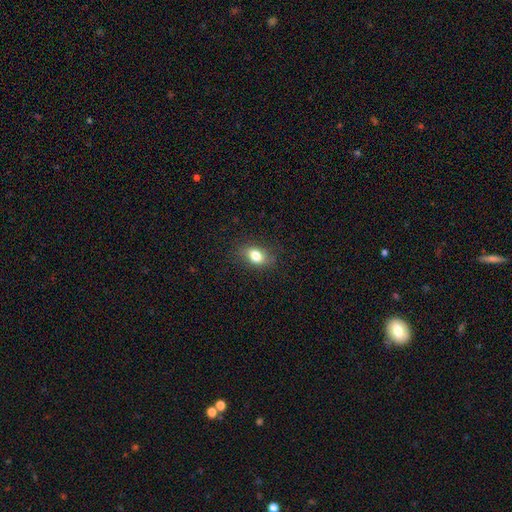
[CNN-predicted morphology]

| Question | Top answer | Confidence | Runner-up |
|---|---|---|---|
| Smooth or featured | smooth | 79% | featured or disk (11%) |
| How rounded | in between | 79% | round (18%) |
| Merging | none | 80% | minor disturbance (15%) |